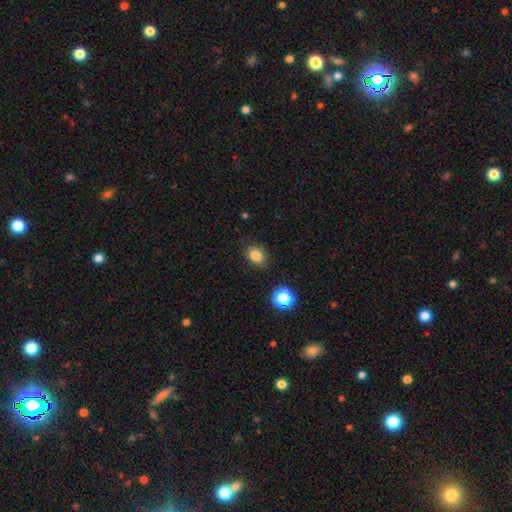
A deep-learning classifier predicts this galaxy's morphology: smooth_or_featured: smooth (p=0.83) [alt: star or artifact p=0.12]
how_rounded: in between (p=0.61) [alt: round p=0.38]
merging: none (p=0.83) [alt: minor disturbance p=0.12]